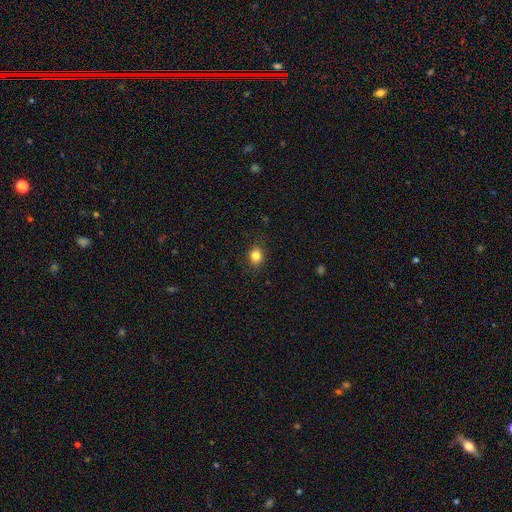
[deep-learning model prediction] Smooth or featured? Predicted: smooth (p=0.83). How rounded? Predicted: round (p=0.62). Merging? Predicted: none (p=0.87).